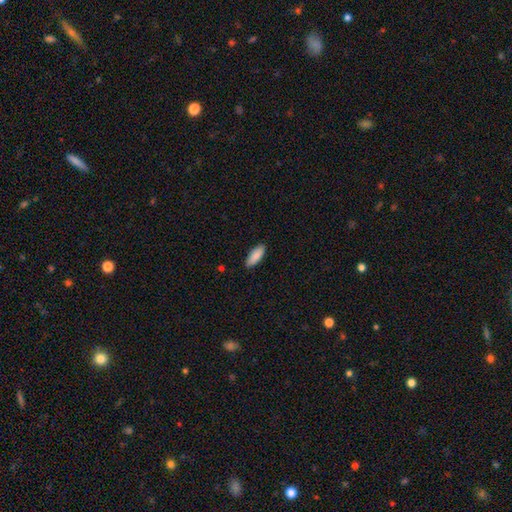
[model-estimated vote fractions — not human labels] A smooth galaxy with no disk features (89%) that is in between round and cigar-shaped (67%).

Vote fractions:
- Smooth or featured? smooth: 89% / star or artifact: 6% / featured or disk: 5%
- How rounded? in between: 67% / cigar-shaped: 31% / round: 2%
- Merging? none: 89% / minor disturbance: 9% / major disturbance: 2% / merger: 1%